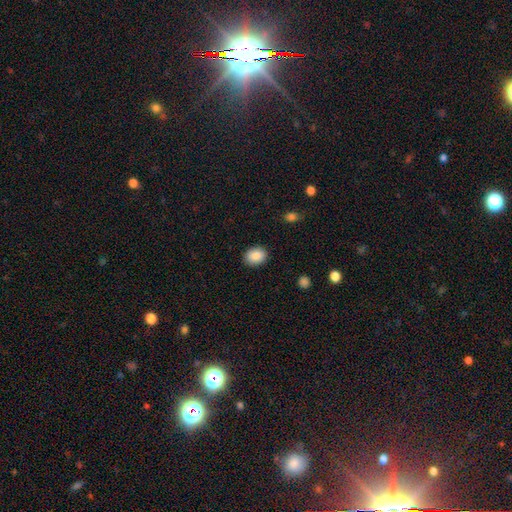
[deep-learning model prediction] This appears to be a smooth galaxy with no disk features (88%) that is in between round and cigar-shaped (55%). Merging: none (88%).